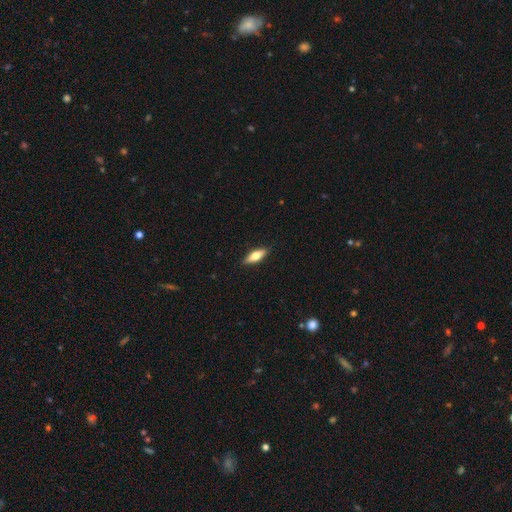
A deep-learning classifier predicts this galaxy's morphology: Smooth or featured? Predicted: smooth (p=0.61). How rounded? Predicted: in between (p=0.56). Merging? Predicted: none (p=0.89).